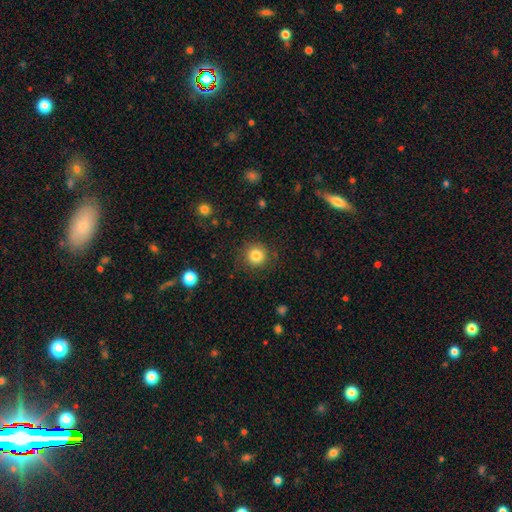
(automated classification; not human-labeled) This appears to be a smooth galaxy with no disk features (83%) that is round (94%). Merging: none (87%).